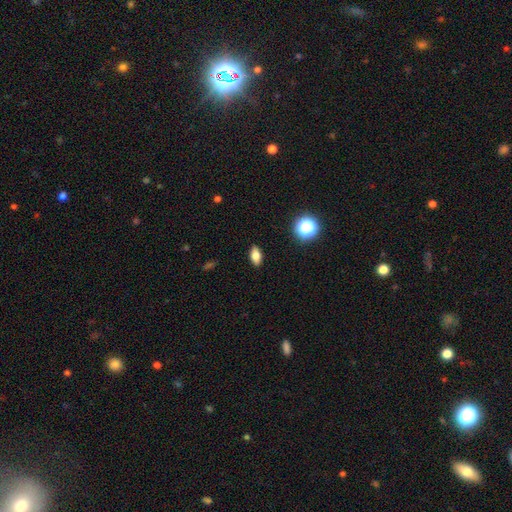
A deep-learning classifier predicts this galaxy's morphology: This appears to be a smooth galaxy with no disk features (74%) that is in between round and cigar-shaped (83%). Merging: none (89%).